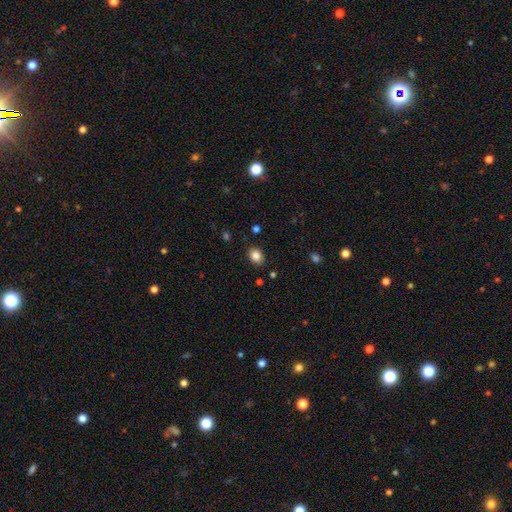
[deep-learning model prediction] Overall: smooth (85%). How rounded: in between (55%; round 44%). Merging: none (87%).